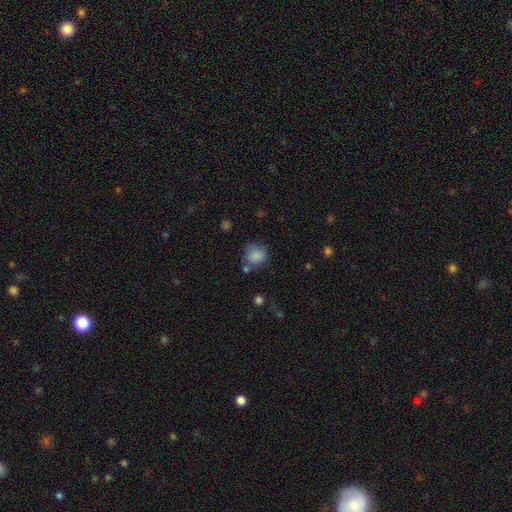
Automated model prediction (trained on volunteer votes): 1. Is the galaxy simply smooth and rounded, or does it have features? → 85% smooth, 10% star or artifact, 5% featured or disk.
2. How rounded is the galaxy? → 82% round, 17% in between, 1% cigar-shaped.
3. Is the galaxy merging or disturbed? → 64% none, 20% minor disturbance, 9% merger, 7% major disturbance.